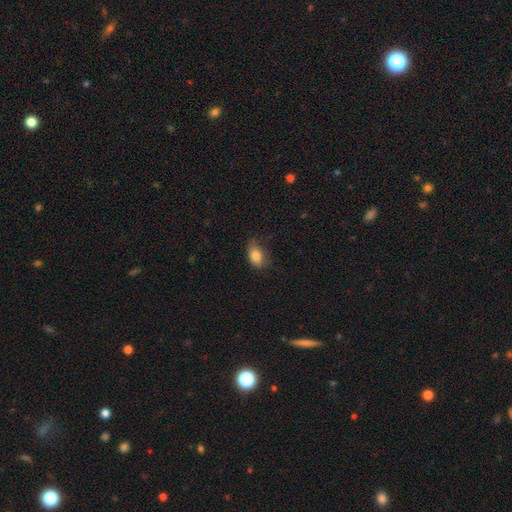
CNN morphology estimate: Q: Smooth or featured?
A: smooth (83%); runner-up: star or artifact (9%)
Q: How rounded?
A: in between (86%); runner-up: round (12%)
Q: Merging?
A: none (60%); runner-up: minor disturbance (30%)